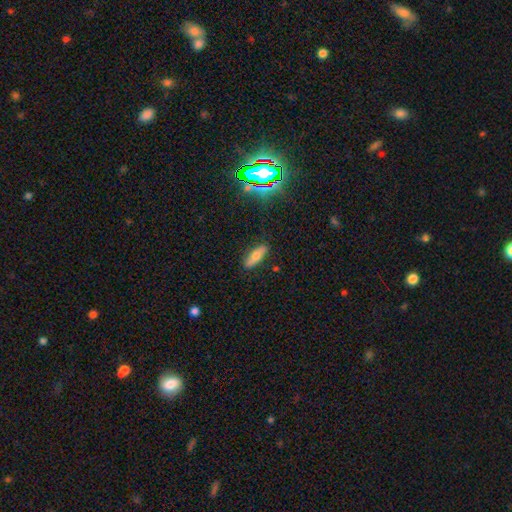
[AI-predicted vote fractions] smooth-or-featured: smooth: 60% | featured or disk: 29% | star or artifact: 11%
  how-rounded: in between: 50% | cigar-shaped: 47% | round: 3%
  merging: none: 85% | minor disturbance: 11% | major disturbance: 2% | merger: 2%